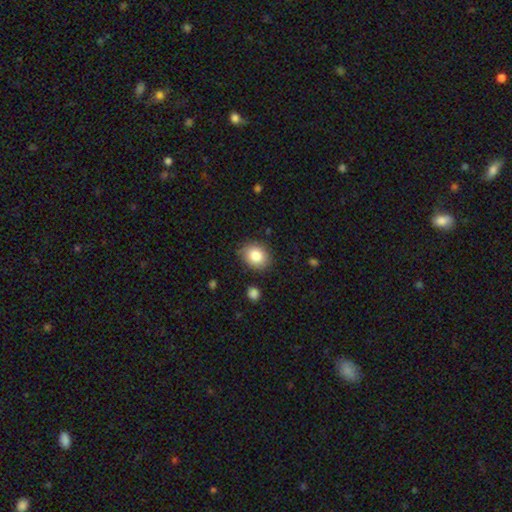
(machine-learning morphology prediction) Smooth or featured? smooth (83%)
How rounded? round (60%)
Merging? none (81%)